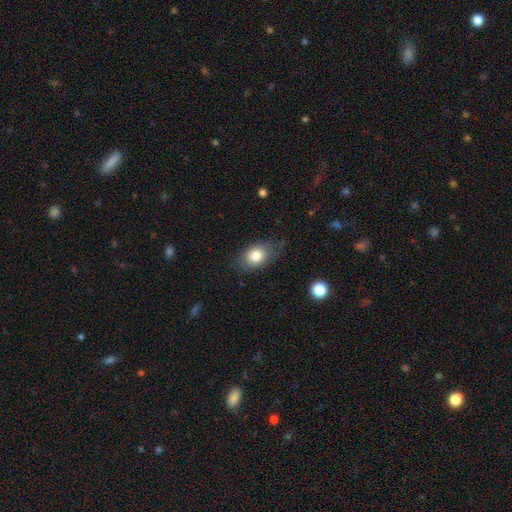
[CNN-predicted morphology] smooth 79%, featured or disk 12%, star or artifact 8%. Down the decision tree: how rounded — in between (79%); merging — none (73%).